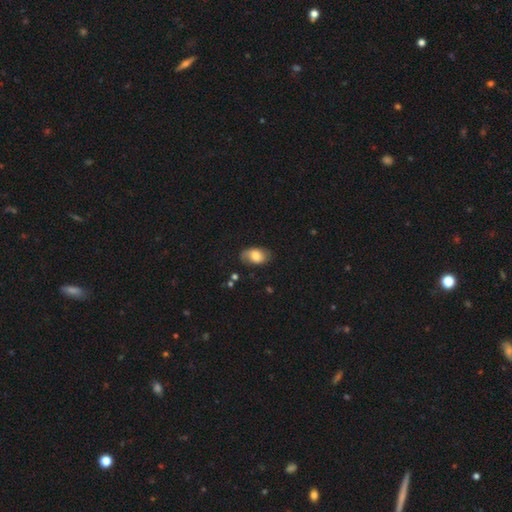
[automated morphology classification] smooth_or_featured: smooth (p=0.65) [alt: featured or disk p=0.27]
how_rounded: in between (p=0.88) [alt: round p=0.11]
merging: none (p=0.68) [alt: minor disturbance p=0.23]